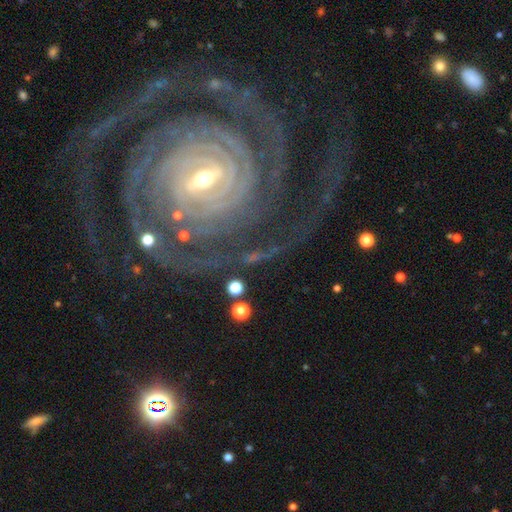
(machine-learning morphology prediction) A featured or disk galaxy (92%) with a weak bar (42%, tied with strong), 2 (37%) tight (81%) spiral arms (98%) and a small central bulge (58%).

Vote fractions:
- Smooth or featured? featured or disk: 92% / star or artifact: 5% / smooth: 3%
- Edge-on disk? no: 98% / yes: 2%
- Bar? weak: 42% (tied) / strong: 42% (tied) / no: 16%
- Spiral arms? yes: 98% / no: 2%
- Spiral winding? tight: 81% / medium: 15% / loose: 4%
- Spiral arm count? 2: 37% / 3: 17% / can't tell: 15% / 4: 14% / more than 4: 9% / 1: 8%
- Bulge size? small: 58% / moderate: 37% / large: 2% / none: 1% / dominant: 1%
- Merging? none: 72% / major disturbance: 14% / minor disturbance: 12% / merger: 3%